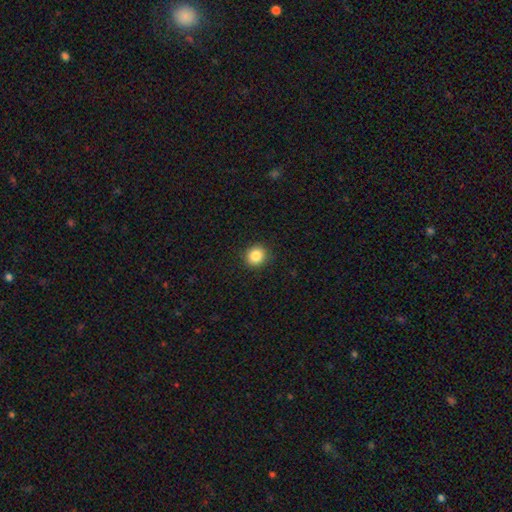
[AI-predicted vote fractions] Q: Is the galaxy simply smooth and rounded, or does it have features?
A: smooth — 86%.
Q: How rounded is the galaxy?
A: round — 88%.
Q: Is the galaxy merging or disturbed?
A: none — 91%.